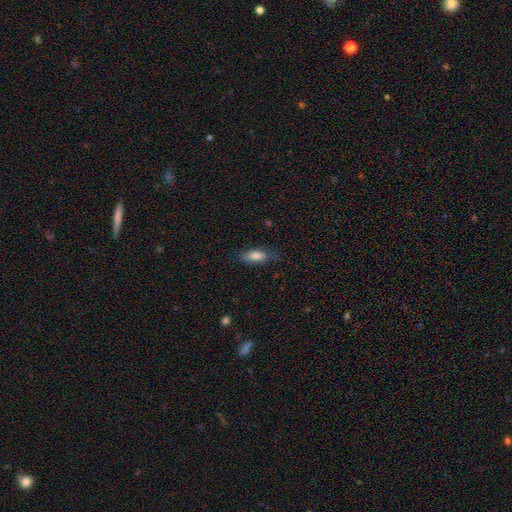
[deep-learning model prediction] Q: Smooth or featured?
A: smooth (80%); runner-up: featured or disk (13%)
Q: How rounded?
A: in between (60%); runner-up: cigar-shaped (38%)
Q: Merging?
A: none (77%); runner-up: minor disturbance (18%)